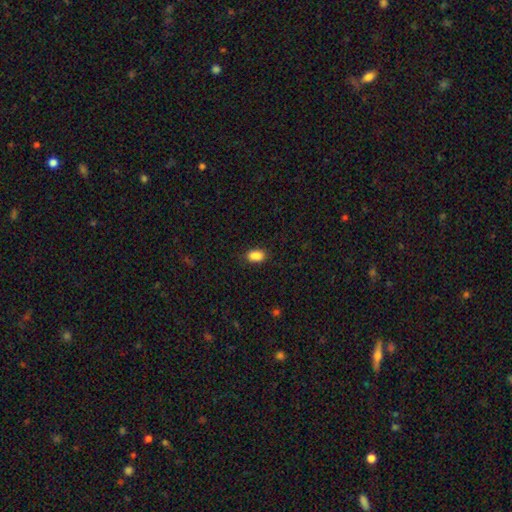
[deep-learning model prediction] Q: Smooth or featured?
A: smooth (88%); runner-up: star or artifact (9%)
Q: How rounded?
A: in between (88%); runner-up: round (10%)
Q: Merging?
A: none (82%); runner-up: minor disturbance (13%)